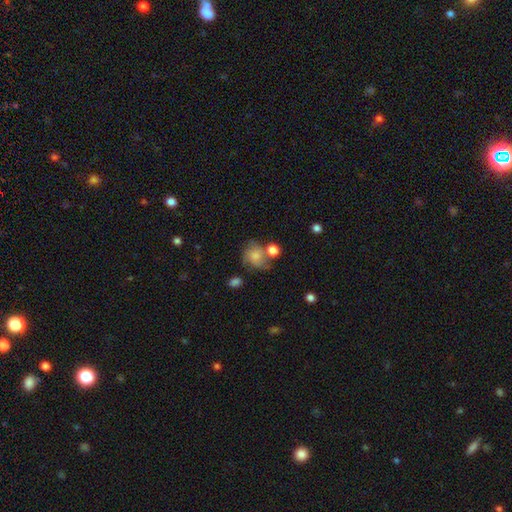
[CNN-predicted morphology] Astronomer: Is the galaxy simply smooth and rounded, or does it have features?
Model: smooth — 59%.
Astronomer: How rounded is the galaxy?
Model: round — 65%.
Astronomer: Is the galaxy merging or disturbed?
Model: none — 45% (runner-up: minor disturbance, 22%).